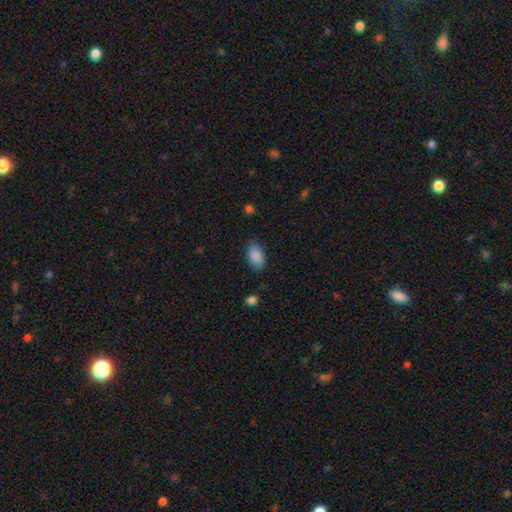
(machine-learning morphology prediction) Smooth or featured?
  - smooth: 88% *
  - star or artifact: 7%
  - featured or disk: 5%
How rounded?
  - in between: 93% *
  - round: 5%
  - cigar-shaped: 2%
Merging?
  - none: 79% *
  - minor disturbance: 16%
  - major disturbance: 4%
  - merger: 1%